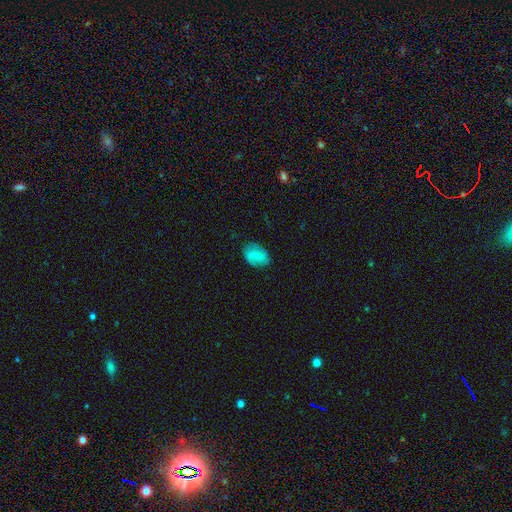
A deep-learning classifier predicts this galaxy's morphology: The model was most divided on "smooth or featured": smooth: 69%, featured or disk: 23%, star or artifact: 8%. More confident: how rounded — in between (80%); merging — none (79%).